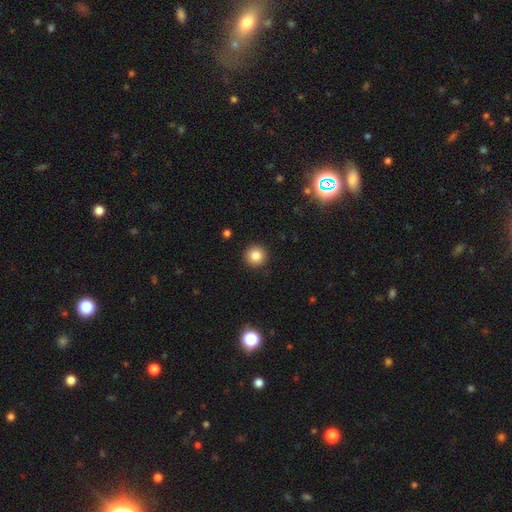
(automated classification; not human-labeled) The model was most divided on "smooth or featured": smooth: 84%, star or artifact: 11%, featured or disk: 6%. More confident: how rounded — round (96%); merging — none (92%).